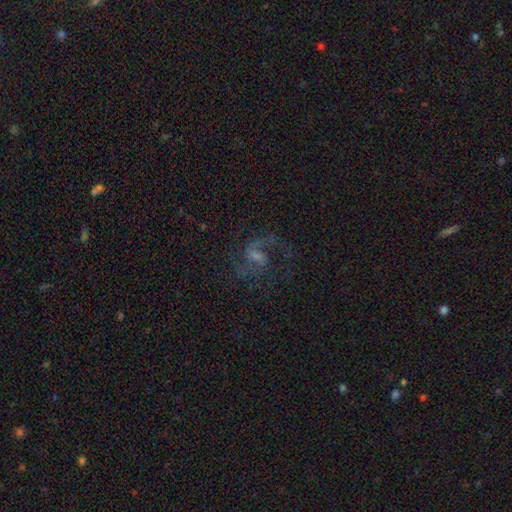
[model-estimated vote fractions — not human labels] smooth_or_featured: featured or disk (p=0.80) [alt: star or artifact p=0.13]
disk_edge_on: no (p=0.98) [alt: yes p=0.02]
bar: weak (p=0.53) [alt: no p=0.29]
has_spiral_arms: yes (p=0.97) [alt: no p=0.03]
spiral_winding: medium (p=0.53) [alt: loose p=0.36]
spiral_arm_count: 2 (p=0.88) [alt: can't tell p=0.03]
bulge_size: small (p=0.45) [alt: moderate p=0.33]
merging: none (p=0.76) [alt: minor disturbance p=0.12]